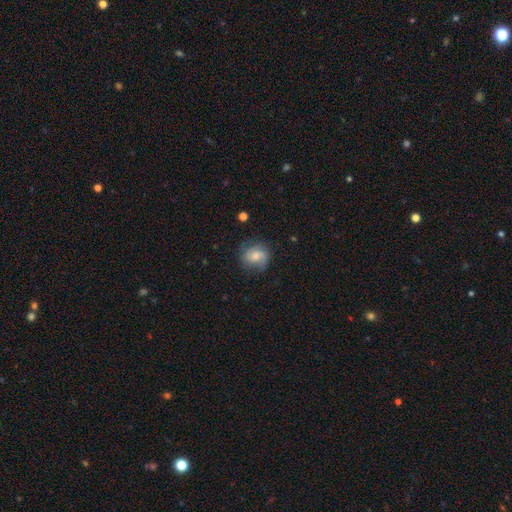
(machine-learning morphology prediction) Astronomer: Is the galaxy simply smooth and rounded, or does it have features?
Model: smooth — 49% (runner-up: featured or disk, 43%).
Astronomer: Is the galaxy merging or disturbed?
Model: none — 68%.